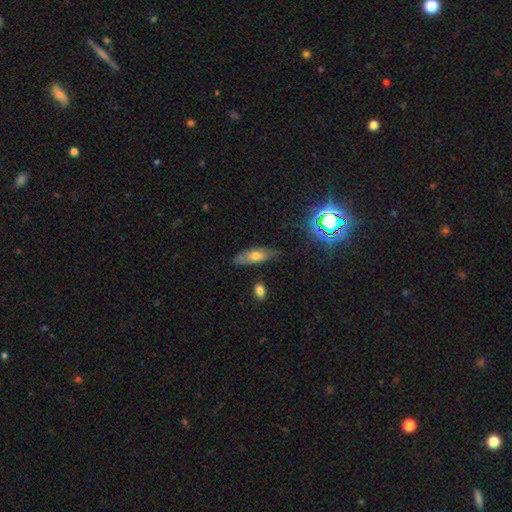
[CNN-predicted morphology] Q: Smooth or featured?
A: smooth (61%); runner-up: featured or disk (29%)
Q: How rounded?
A: in between (69%); runner-up: cigar-shaped (28%)
Q: Merging?
A: none (70%); runner-up: minor disturbance (23%)